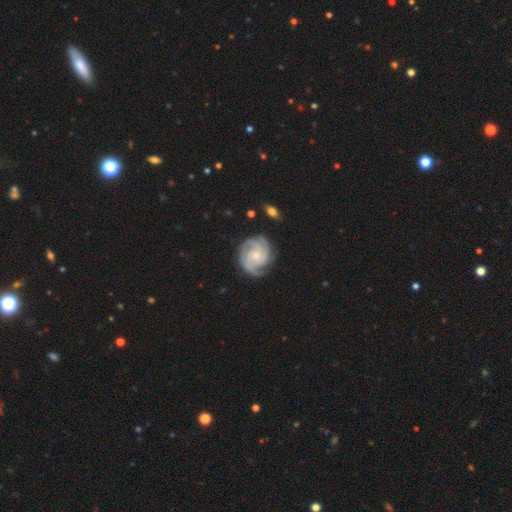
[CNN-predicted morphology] This appears to be a featured or disk galaxy (91%) with no bar (73%), 3 (53%) tight (66%) spiral arms (98%) and a small central bulge (66%). Merging: none (79%).